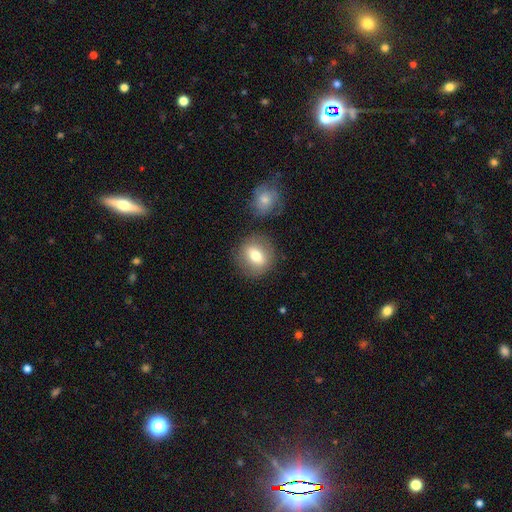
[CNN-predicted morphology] Smooth or featured?
  - smooth: 69% *
  - featured or disk: 23%
  - star or artifact: 8%
How rounded?
  - round: 71% *
  - in between: 27%
  - cigar-shaped: 2%
Merging?
  - none: 80% *
  - minor disturbance: 10%
  - merger: 7%
  - major disturbance: 3%